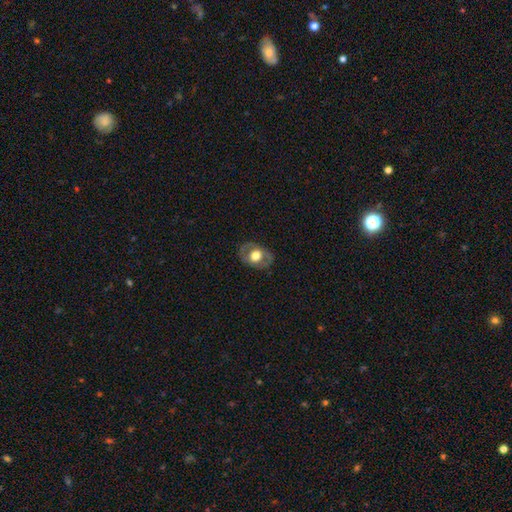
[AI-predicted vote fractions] The model was most divided on "smooth or featured": smooth: 49%, featured or disk: 43%, star or artifact: 7%. More confident: merging — none (79%).